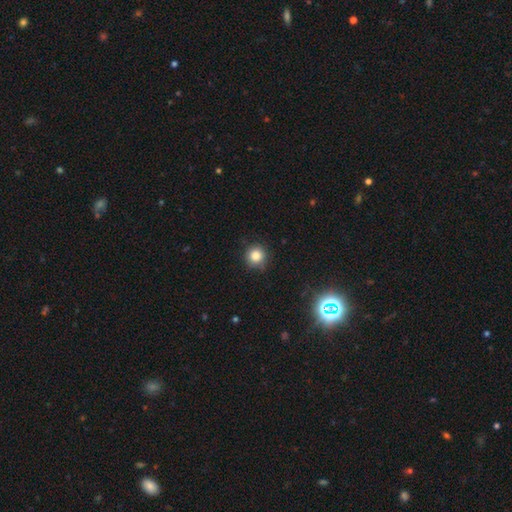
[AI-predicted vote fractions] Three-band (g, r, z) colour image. It shows a smooth galaxy with no disk features (83%) that is round (93%). Merging: none (86%).